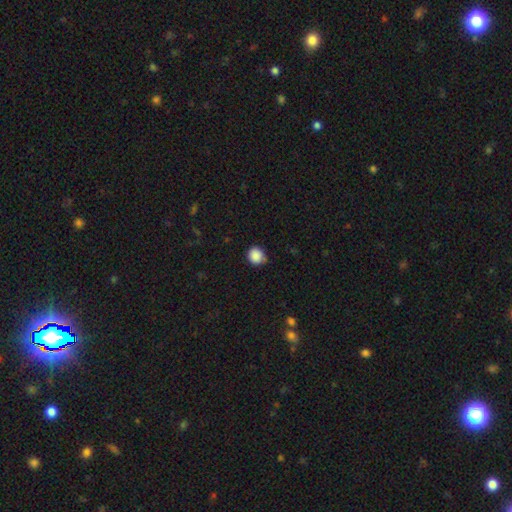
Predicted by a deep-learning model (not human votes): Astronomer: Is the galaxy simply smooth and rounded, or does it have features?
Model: smooth — 87%.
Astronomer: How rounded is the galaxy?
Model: round — 89%.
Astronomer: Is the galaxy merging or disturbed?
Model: none — 75%.